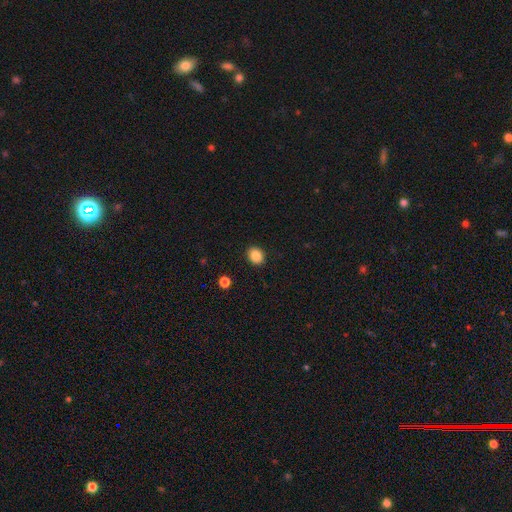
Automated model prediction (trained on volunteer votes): smooth 87%, star or artifact 9%, featured or disk 3%. Down the decision tree: how rounded — in between (53%); merging — none (90%).